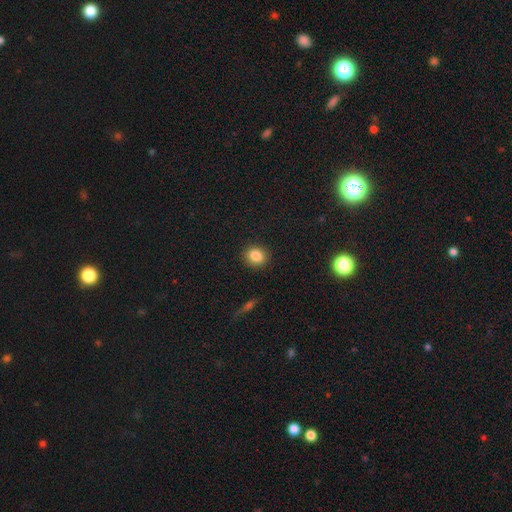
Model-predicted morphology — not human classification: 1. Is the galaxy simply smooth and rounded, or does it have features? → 85% smooth, 9% star or artifact, 6% featured or disk.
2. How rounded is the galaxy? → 69% round, 30% in between, 1% cigar-shaped.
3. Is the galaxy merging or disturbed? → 90% none, 7% minor disturbance, 2% major disturbance, 1% merger.